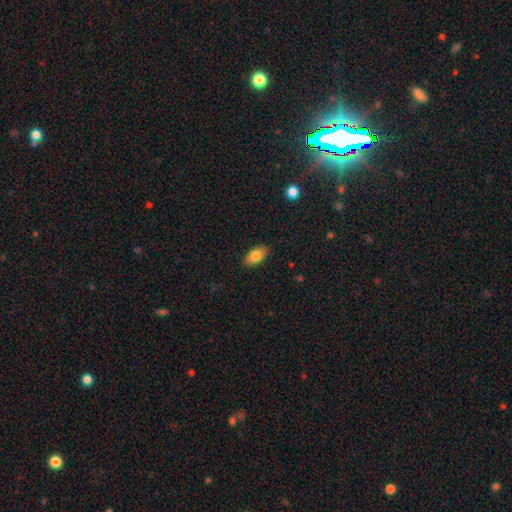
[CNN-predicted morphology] type=smooth (81%); roundness=in between (91%); merging=none (88%).